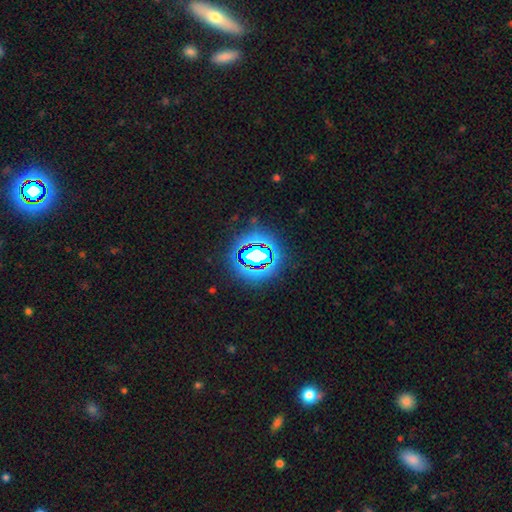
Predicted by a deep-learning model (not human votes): A star or artifact, not a galaxy (71%).